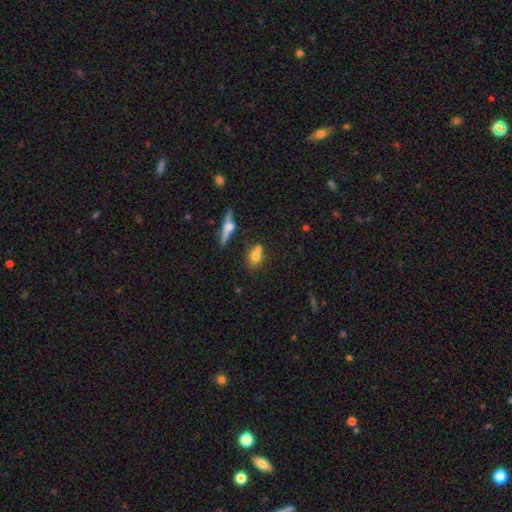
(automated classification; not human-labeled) This appears to be a smooth galaxy with no disk features (69%) that is round (47%, tied with in between). Merging: none (48%).